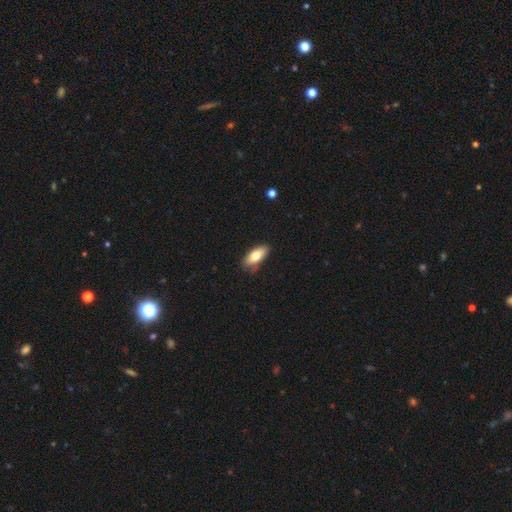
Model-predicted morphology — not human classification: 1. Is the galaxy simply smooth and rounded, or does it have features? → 76% smooth, 17% featured or disk, 6% star or artifact.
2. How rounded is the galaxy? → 84% in between, 13% cigar-shaped, 3% round.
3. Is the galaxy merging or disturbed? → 74% none, 21% minor disturbance, 4% major disturbance, 2% merger.